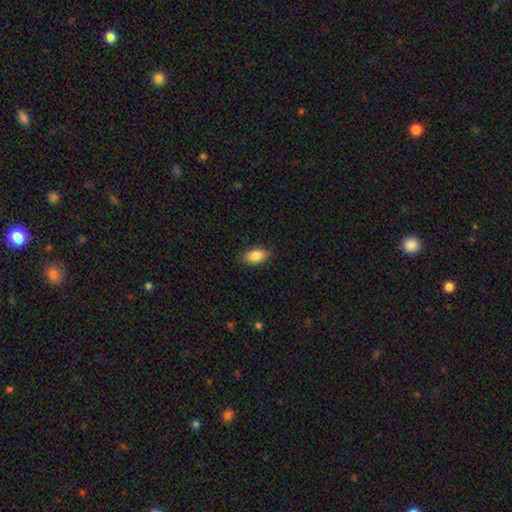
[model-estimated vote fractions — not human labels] Smooth or featured? smooth (87%)
How rounded? in between (91%)
Merging? none (86%)